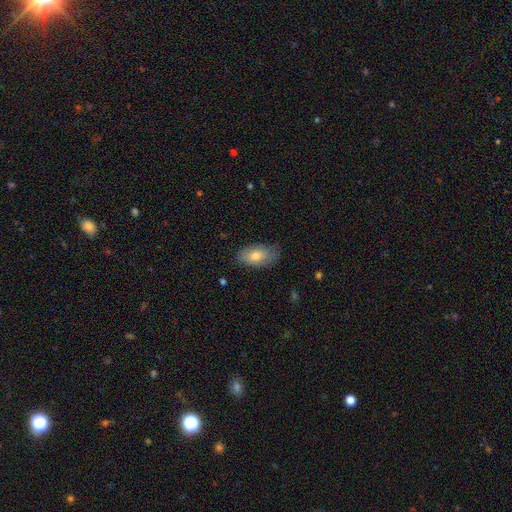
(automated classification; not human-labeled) This appears to be a smooth galaxy with no disk features (75%) that is in between round and cigar-shaped (91%). Merging: none (78%).